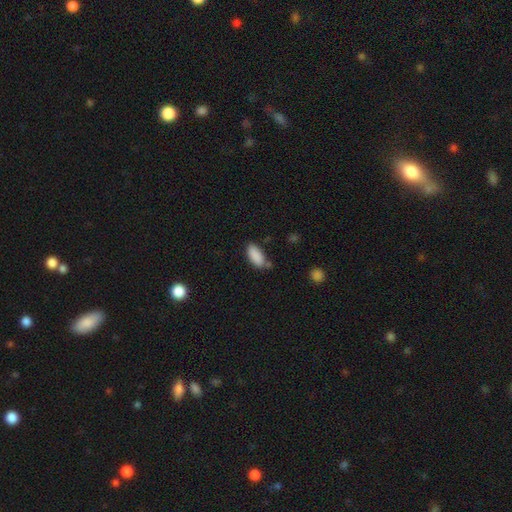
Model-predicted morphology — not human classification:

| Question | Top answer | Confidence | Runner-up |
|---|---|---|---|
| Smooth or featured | smooth | 88% | star or artifact (7%) |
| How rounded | in between | 88% | cigar-shaped (10%) |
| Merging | none | 68% | minor disturbance (20%) |